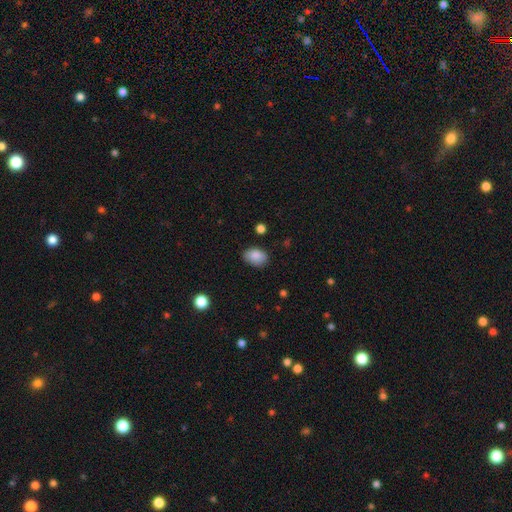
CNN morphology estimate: A smooth galaxy with no disk features (87%) that is in between round and cigar-shaped (82%). Merging: none (81%).